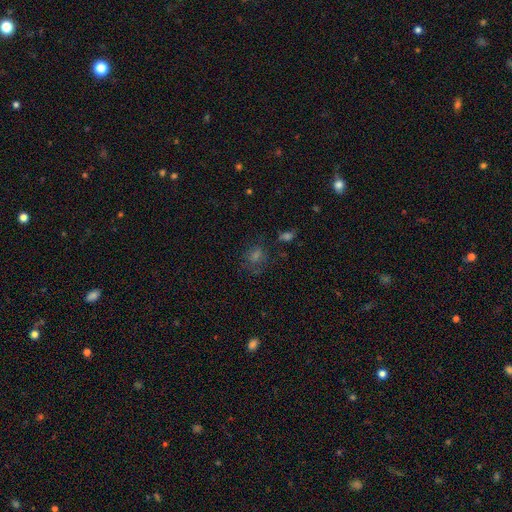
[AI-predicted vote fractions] The model was most divided on "smooth or featured": smooth: 45%, star or artifact: 36%, featured or disk: 19%. More confident: merging — none (70%).